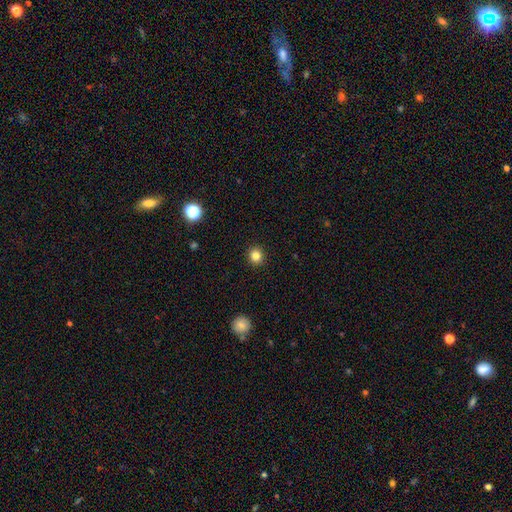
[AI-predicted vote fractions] Smooth or featured? Predicted: smooth (p=0.83). How rounded? Predicted: round (p=0.87). Merging? Predicted: none (p=0.92).